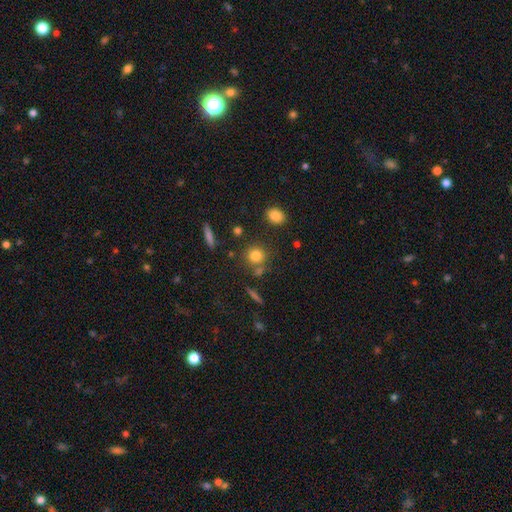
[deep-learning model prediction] smooth_or_featured: smooth (p=0.79) [alt: star or artifact p=0.13]
how_rounded: round (p=0.86) [alt: in between p=0.13]
merging: none (p=0.72) [alt: merger p=0.14]